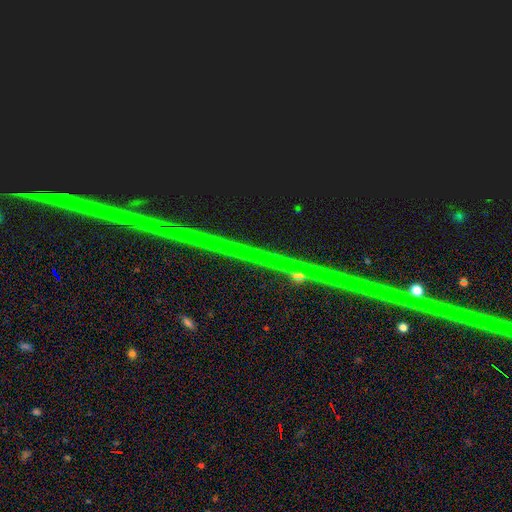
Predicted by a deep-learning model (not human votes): Smooth or featured? Predicted: star or artifact (p=0.89).